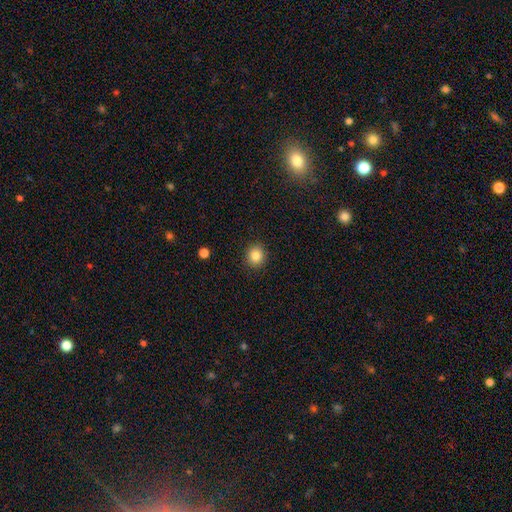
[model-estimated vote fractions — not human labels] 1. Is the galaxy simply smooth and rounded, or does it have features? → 84% smooth, 10% star or artifact, 6% featured or disk.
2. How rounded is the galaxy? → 85% round, 14% in between, 1% cigar-shaped.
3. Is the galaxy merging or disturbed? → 91% none, 6% minor disturbance, 2% major disturbance, 1% merger.